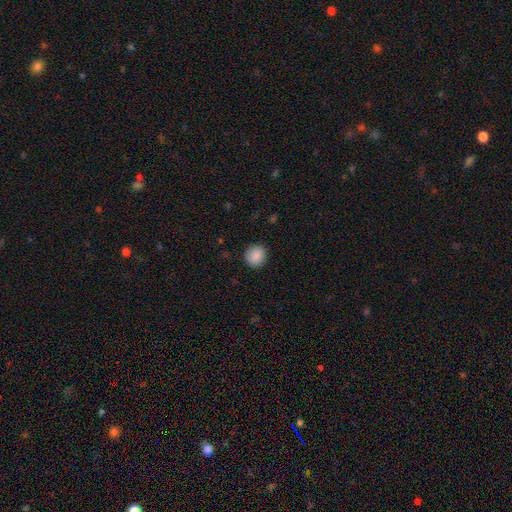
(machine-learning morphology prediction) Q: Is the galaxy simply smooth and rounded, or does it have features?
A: smooth — 89%.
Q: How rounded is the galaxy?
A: round — 88%.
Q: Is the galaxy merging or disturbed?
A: none — 89%.